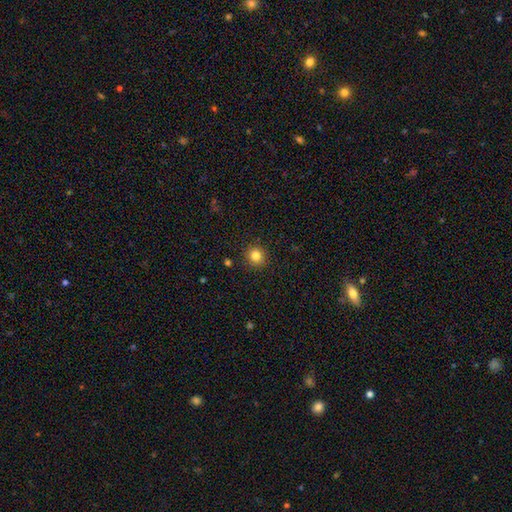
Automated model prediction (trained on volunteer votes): Q: Smooth or featured?
A: smooth (83%); runner-up: star or artifact (12%)
Q: How rounded?
A: round (92%); runner-up: in between (7%)
Q: Merging?
A: none (91%); runner-up: minor disturbance (6%)